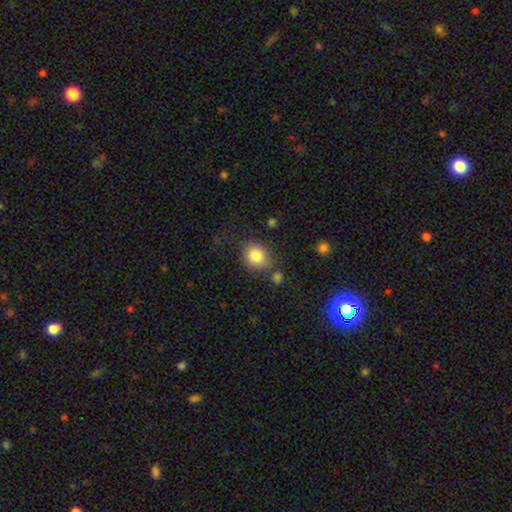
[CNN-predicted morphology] Smooth or featured: smooth — 83% (star or artifact — 10%)
How rounded: round — 74% (in between — 25%)
Merging: none — 74% (minor disturbance — 15%)